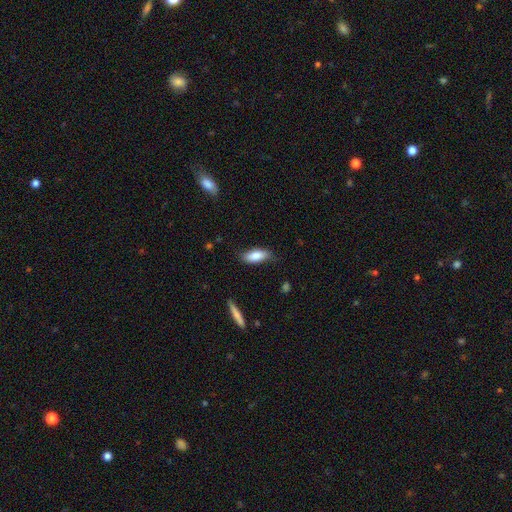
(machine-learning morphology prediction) smooth_or_featured: smooth (p=0.83) [alt: featured or disk p=0.10]
how_rounded: in between (p=0.77) [alt: cigar-shaped p=0.20]
merging: none (p=0.77) [alt: minor disturbance p=0.18]